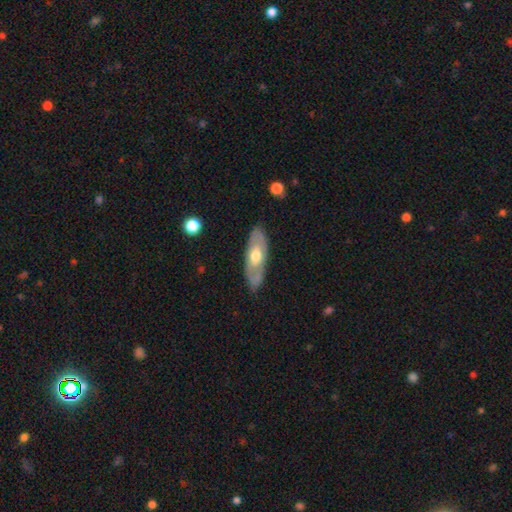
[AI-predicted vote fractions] The model was most divided on "smooth or featured": featured or disk: 54%, smooth: 41%, star or artifact: 5%. More confident: merging — none (82%); edge-on disk — no (73%).